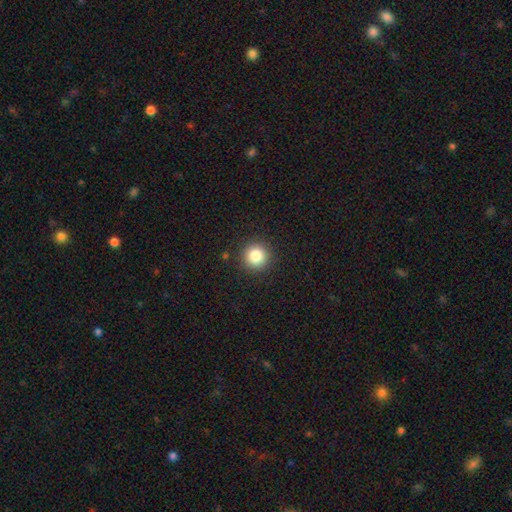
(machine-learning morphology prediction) smooth_or_featured: smooth (p=0.84) [alt: star or artifact p=0.11]
how_rounded: round (p=0.95) [alt: in between p=0.04]
merging: none (p=0.91) [alt: minor disturbance p=0.06]